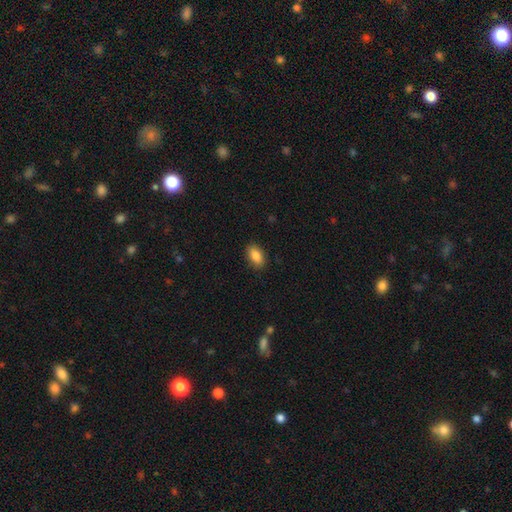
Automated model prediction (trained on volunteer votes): This appears to be a smooth galaxy with no disk features (87%) that is in between round and cigar-shaped (92%). Merging: none (88%).